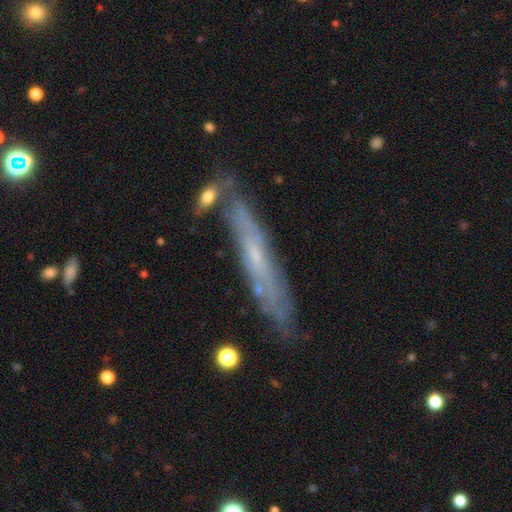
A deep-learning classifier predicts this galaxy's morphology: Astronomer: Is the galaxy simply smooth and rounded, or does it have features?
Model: featured or disk — 67%.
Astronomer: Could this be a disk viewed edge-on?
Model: yes — 64%.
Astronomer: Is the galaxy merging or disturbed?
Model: none — 73%.